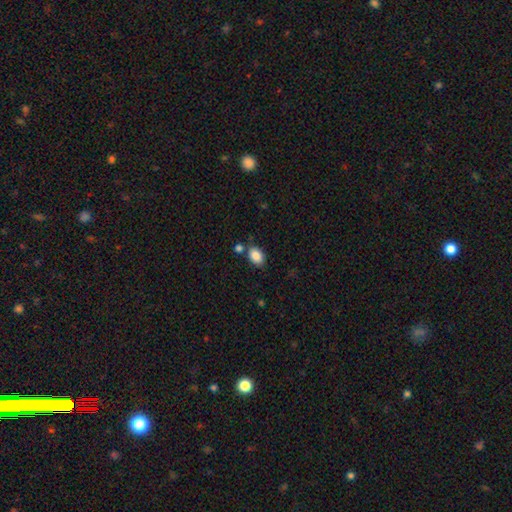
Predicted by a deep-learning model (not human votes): smooth 88%, star or artifact 8%, featured or disk 4%. Down the decision tree: how rounded — in between (82%); merging — none (71%).